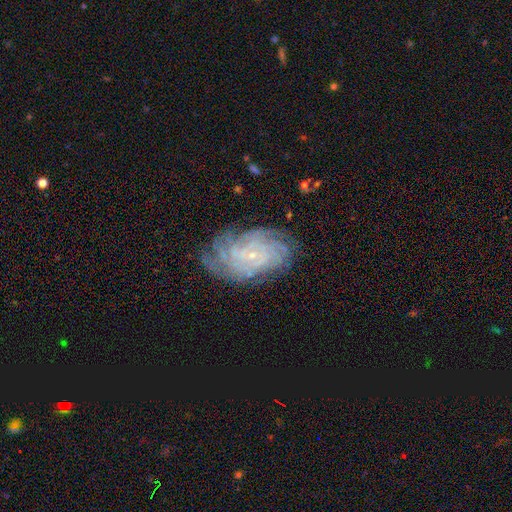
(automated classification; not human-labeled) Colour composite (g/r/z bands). It shows a featured or disk galaxy (57%) with no bar (59%), spiral arms (90%) and a small central bulge (78%). Merging: none (81%).